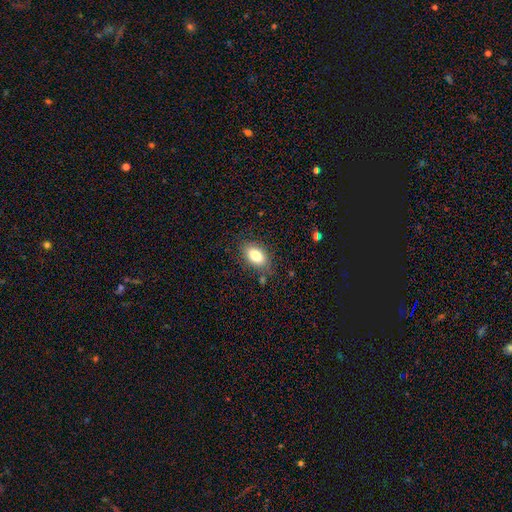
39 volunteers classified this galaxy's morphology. smooth 87%, star or artifact 8%, featured or disk 5%. Down the decision tree: how rounded — in between (85%); merging — none (81%).